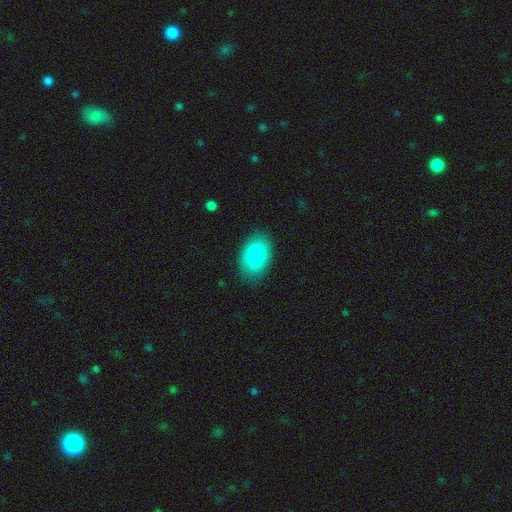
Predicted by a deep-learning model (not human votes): Q: Smooth or featured?
A: smooth (80%); runner-up: featured or disk (14%)
Q: How rounded?
A: in between (89%); runner-up: round (10%)
Q: Merging?
A: none (83%); runner-up: minor disturbance (13%)